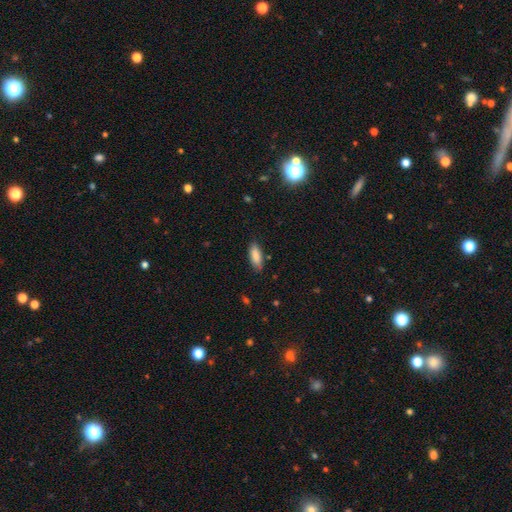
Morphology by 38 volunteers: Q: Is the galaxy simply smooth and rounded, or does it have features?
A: smooth — 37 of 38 (97%).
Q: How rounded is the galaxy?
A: in between — 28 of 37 (76%).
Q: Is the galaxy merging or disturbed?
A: none — 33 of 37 (89%).